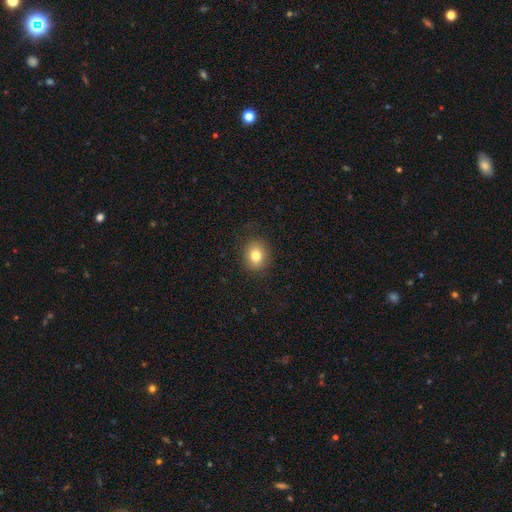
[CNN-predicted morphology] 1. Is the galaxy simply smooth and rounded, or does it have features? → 81% smooth, 10% star or artifact, 9% featured or disk.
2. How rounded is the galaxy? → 64% round, 35% in between, 1% cigar-shaped.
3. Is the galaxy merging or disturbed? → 86% none, 10% minor disturbance, 3% major disturbance, 1% merger.